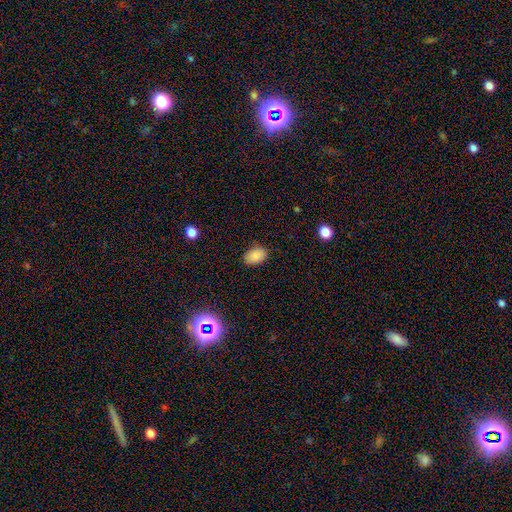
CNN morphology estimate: Smooth or featured: smooth — 86% (star or artifact — 10%)
How rounded: in between — 87% (round — 12%)
Merging: none — 84% (minor disturbance — 12%)